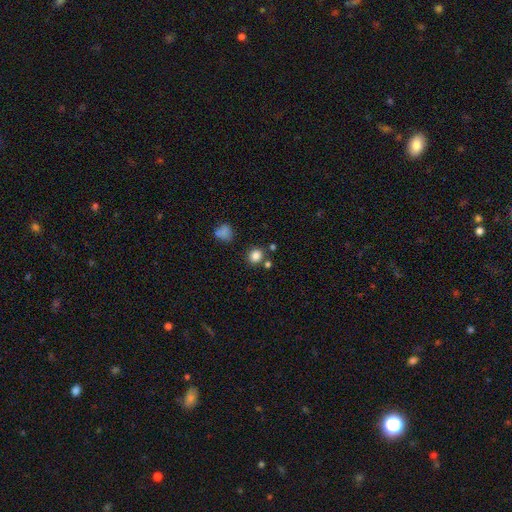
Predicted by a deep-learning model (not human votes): Smooth or featured? Predicted: smooth (p=0.83). How rounded? Predicted: round (p=0.78). Merging? Predicted: none (p=0.79).